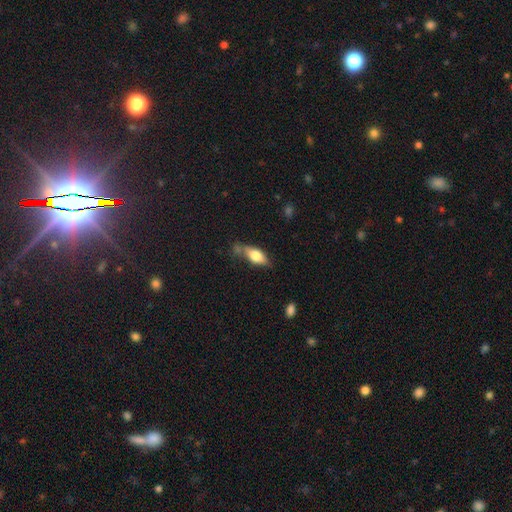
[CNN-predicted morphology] Smooth or featured? Predicted: smooth (p=0.66). How rounded? Predicted: in between (p=0.77). Merging? Predicted: none (p=0.57).